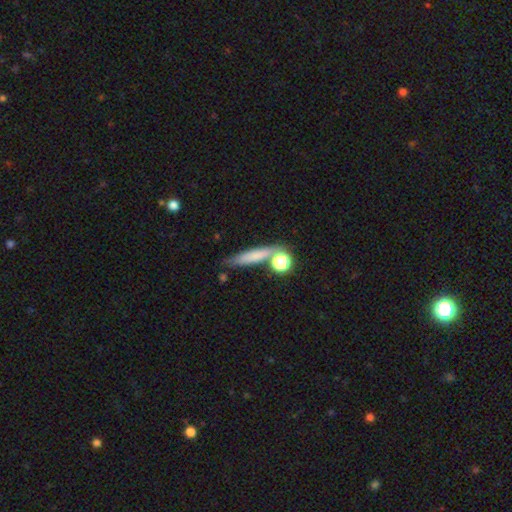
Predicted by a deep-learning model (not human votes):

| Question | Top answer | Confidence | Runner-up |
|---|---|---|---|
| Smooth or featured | smooth | 69% | featured or disk (20%) |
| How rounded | cigar-shaped | 73% | in between (18%) |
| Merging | none | 66% | merger (16%) |